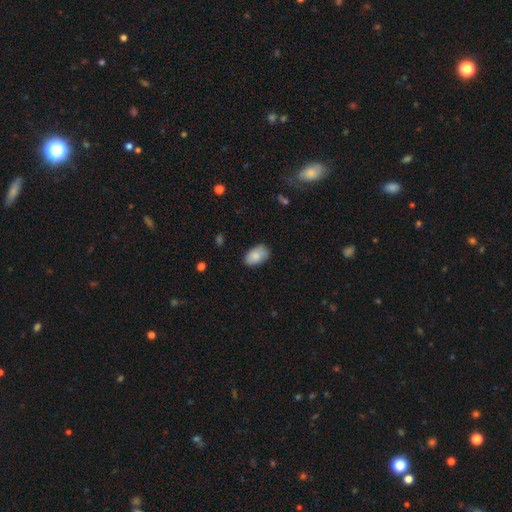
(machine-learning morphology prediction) smooth 85%, featured or disk 8%, star or artifact 7%. Down the decision tree: how rounded — in between (91%); merging — none (78%).